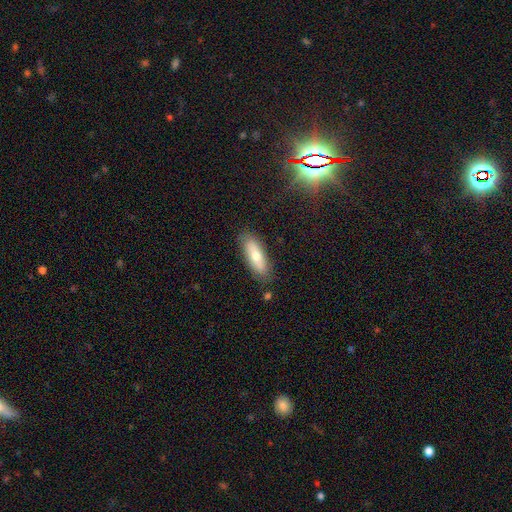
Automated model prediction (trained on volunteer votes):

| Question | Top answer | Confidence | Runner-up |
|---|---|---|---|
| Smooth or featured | smooth | 68% | featured or disk (26%) |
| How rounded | in between | 61% | cigar-shaped (37%) |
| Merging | none | 83% | minor disturbance (12%) |